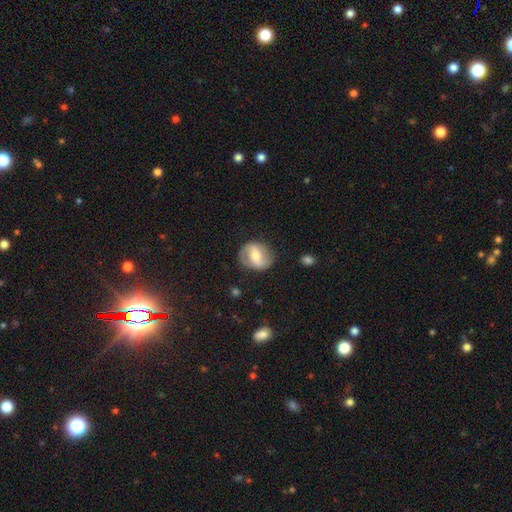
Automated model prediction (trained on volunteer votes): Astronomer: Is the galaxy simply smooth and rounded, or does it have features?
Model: featured or disk — 59% (runner-up: smooth, 35%).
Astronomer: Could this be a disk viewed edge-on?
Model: no — 96%.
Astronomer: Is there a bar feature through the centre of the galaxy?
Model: weak — 40%, tied with strong at 40%.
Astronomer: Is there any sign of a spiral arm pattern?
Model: yes — 74%.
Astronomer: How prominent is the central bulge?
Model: moderate — 60%.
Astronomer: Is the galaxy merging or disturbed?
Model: none — 77%.